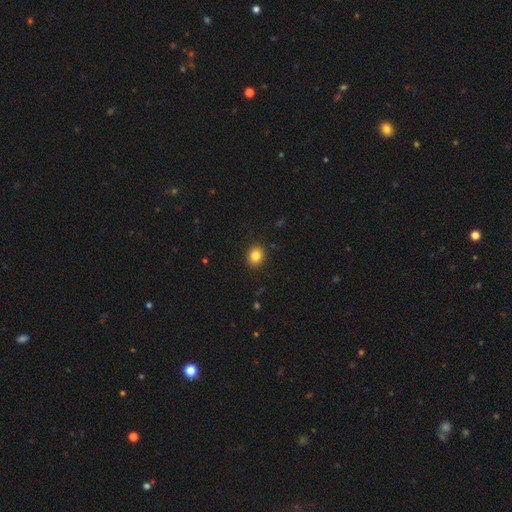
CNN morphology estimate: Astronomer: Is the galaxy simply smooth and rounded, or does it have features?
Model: smooth — 84%.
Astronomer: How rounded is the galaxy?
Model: round — 63%.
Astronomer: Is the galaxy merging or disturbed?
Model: none — 90%.